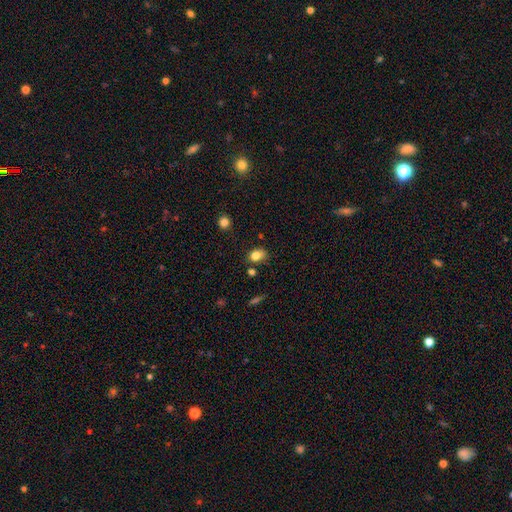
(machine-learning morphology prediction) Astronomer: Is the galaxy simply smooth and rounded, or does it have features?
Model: smooth — 81%.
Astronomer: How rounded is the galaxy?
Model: in between — 62% (runner-up: round, 37%).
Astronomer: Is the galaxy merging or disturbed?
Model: none — 67%.